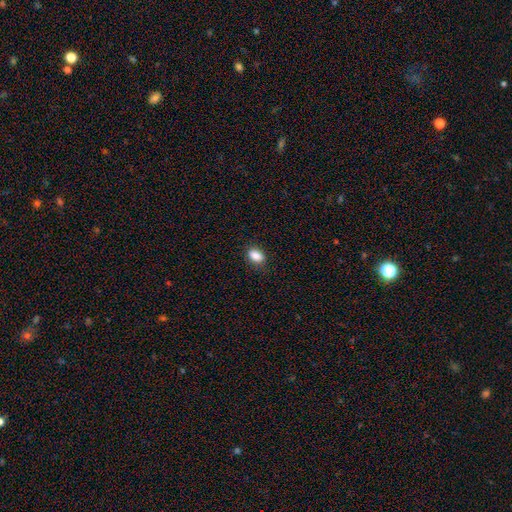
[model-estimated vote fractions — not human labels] Morphology: type=smooth (88%); roundness=in between (84%); merging=none (85%).